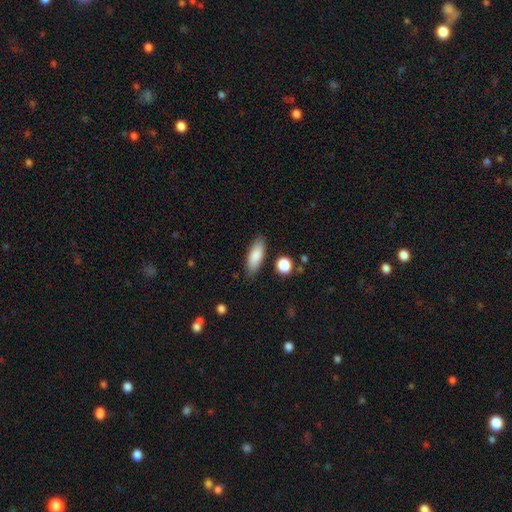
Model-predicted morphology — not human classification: Smooth or featured? smooth (85%)
How rounded? in between (69%)
Merging? none (85%)